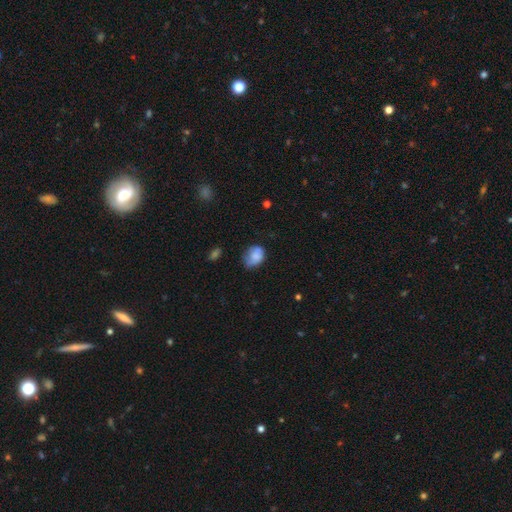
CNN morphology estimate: A smooth galaxy with no disk features (74%) that is in between round and cigar-shaped (58%).

Vote fractions:
- Smooth or featured? smooth: 74% / featured or disk: 17% / star or artifact: 9%
- How rounded? in between: 58% / round: 41% / cigar-shaped: 1%
- Merging? none: 46% / minor disturbance: 37% / major disturbance: 13% / merger: 3%